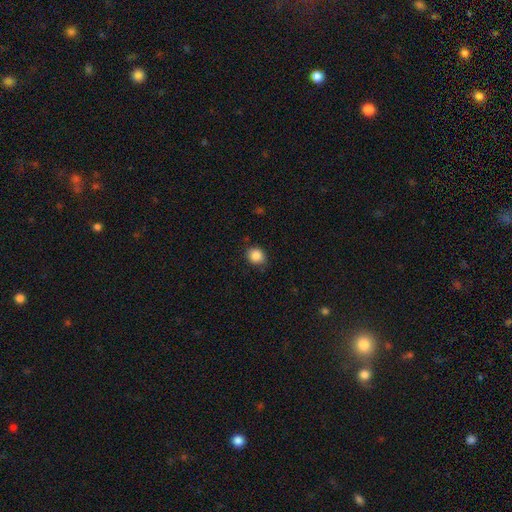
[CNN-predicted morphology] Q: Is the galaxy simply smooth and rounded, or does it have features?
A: smooth — 87%.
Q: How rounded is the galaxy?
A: round — 73%.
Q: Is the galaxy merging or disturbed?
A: none — 80%.